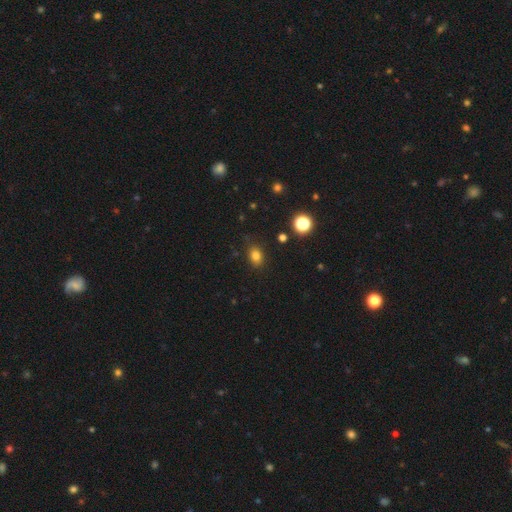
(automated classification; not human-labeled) smooth-or-featured: smooth: 80% | star or artifact: 14% | featured or disk: 6%
  how-rounded: in between: 63% | round: 36% | cigar-shaped: 1%
  merging: none: 82% | minor disturbance: 13% | major disturbance: 3% | merger: 2%